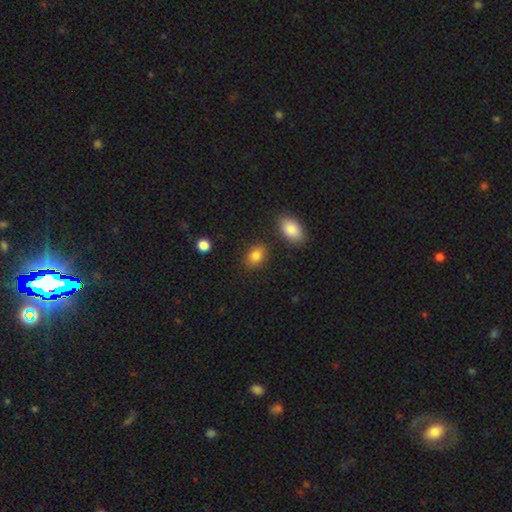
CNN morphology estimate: A smooth galaxy with no disk features (85%) that is in between round and cigar-shaped (76%). Merging: none (82%).